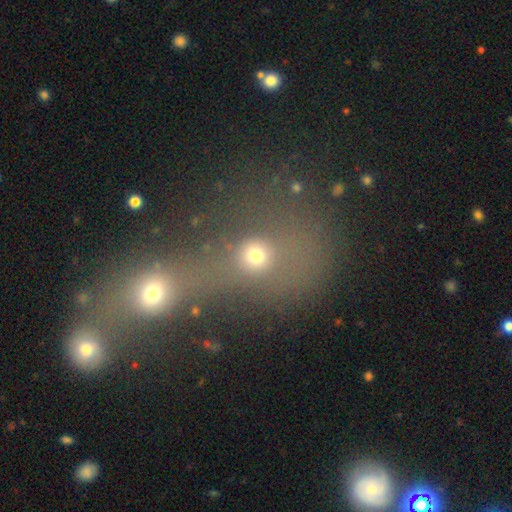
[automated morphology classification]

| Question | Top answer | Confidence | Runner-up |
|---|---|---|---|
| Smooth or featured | smooth | 65% | star or artifact (23%) |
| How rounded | round | 73% | in between (23%) |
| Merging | none | 45% | merger (30%) |